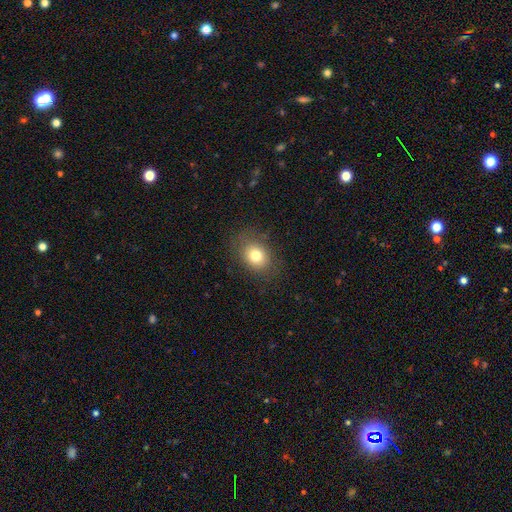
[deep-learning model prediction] A smooth galaxy with no disk features (78%) that is in between round and cigar-shaped (51%).

Vote fractions:
- Smooth or featured? smooth: 78% / star or artifact: 11% / featured or disk: 11%
- How rounded? in between: 51% / round: 48% / cigar-shaped: 1%
- Merging? none: 81% / minor disturbance: 13% / major disturbance: 5% / merger: 1%